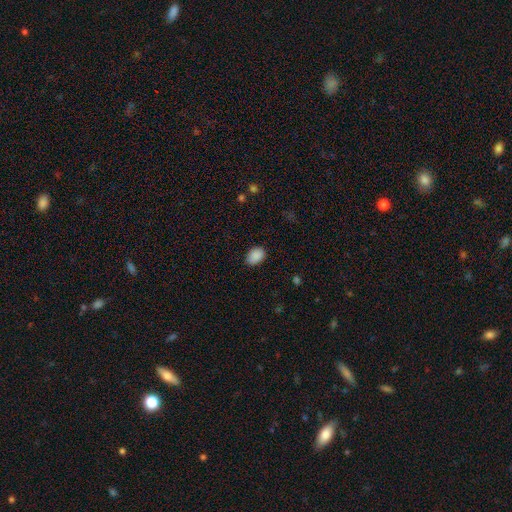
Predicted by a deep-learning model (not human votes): Smooth or featured? Predicted: smooth (p=0.89). How rounded? Predicted: in between (p=0.81). Merging? Predicted: none (p=0.82).